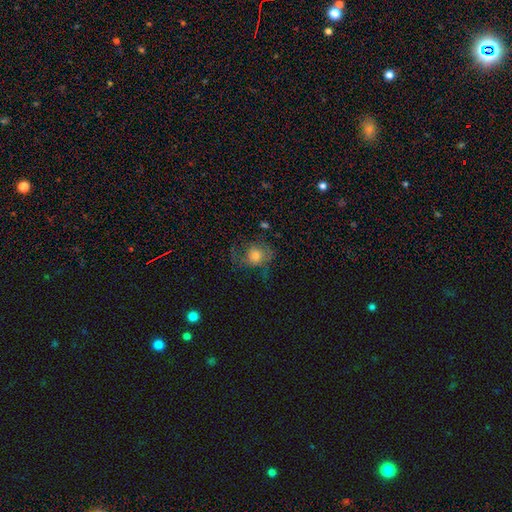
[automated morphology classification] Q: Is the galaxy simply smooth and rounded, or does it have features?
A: featured or disk — 47%.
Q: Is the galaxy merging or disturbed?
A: none — 51%.